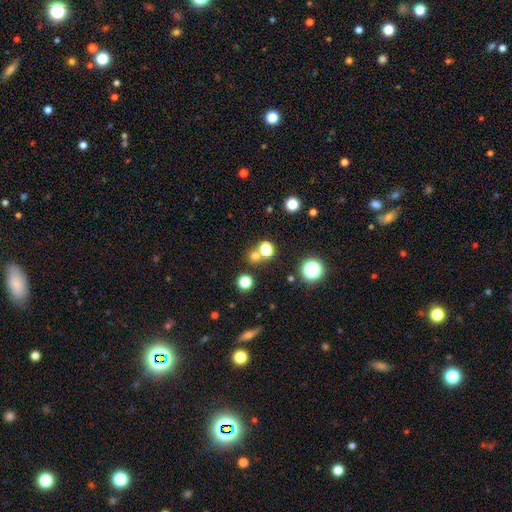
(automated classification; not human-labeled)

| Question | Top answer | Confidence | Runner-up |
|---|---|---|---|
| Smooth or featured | smooth | 68% | star or artifact (24%) |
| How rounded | round | 79% | in between (20%) |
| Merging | none | 58% | merger (33%) |